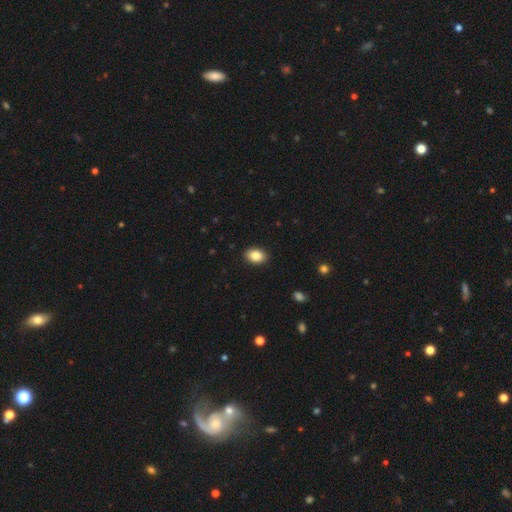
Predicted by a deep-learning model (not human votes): Smooth or featured: smooth — 86% (star or artifact — 8%)
How rounded: in between — 81% (round — 18%)
Merging: none — 90% (minor disturbance — 7%)